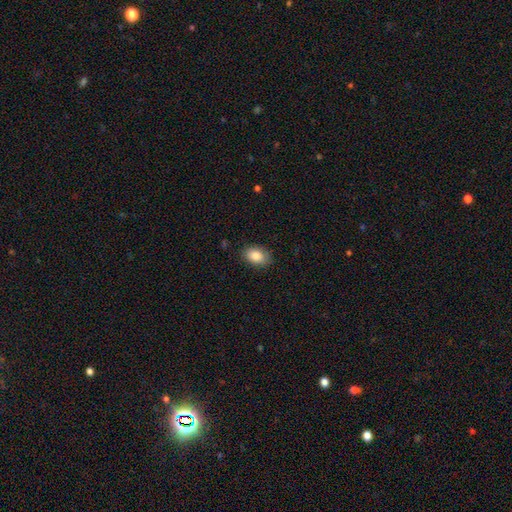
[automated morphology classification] The model was most divided on "how rounded": in between: 83%, round: 16%, cigar-shaped: 1%. More confident: smooth or featured — smooth (86%); merging — none (85%).